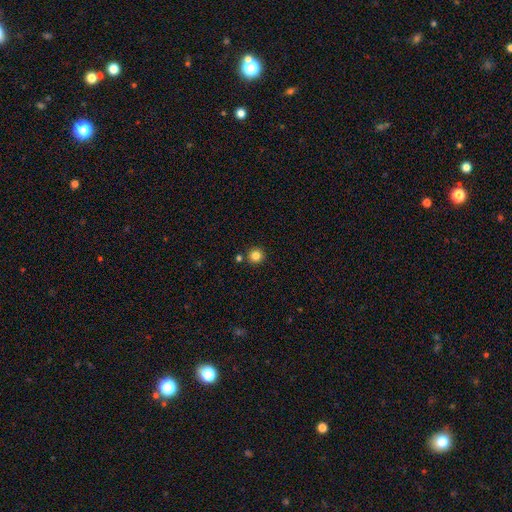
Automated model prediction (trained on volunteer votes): Overall: smooth (84%). How rounded: round (95%). Merging: none (87%).